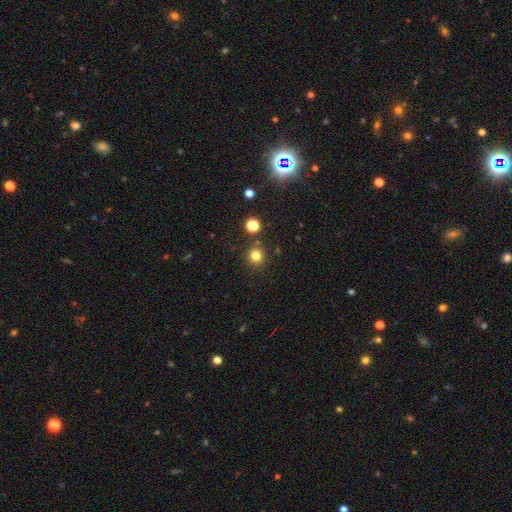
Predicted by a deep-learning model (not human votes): Q: Smooth or featured?
A: smooth (80%); runner-up: star or artifact (15%)
Q: How rounded?
A: round (91%); runner-up: in between (8%)
Q: Merging?
A: none (86%); runner-up: minor disturbance (7%)